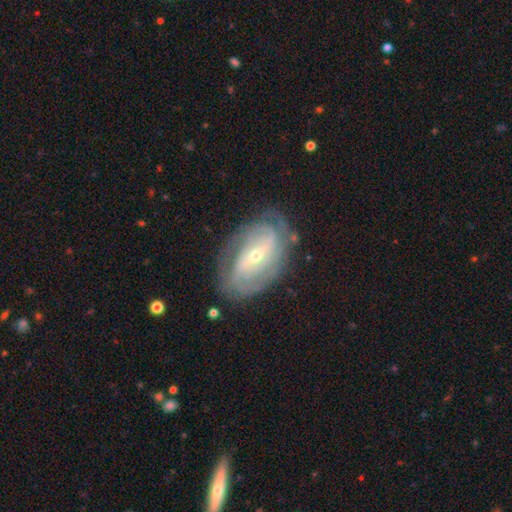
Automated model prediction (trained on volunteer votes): smooth_or_featured: featured or disk (p=0.84) [alt: smooth p=0.10]
disk_edge_on: no (p=0.95) [alt: yes p=0.05]
bar: weak (p=0.40) [alt: strong p=0.35]
has_spiral_arms: yes (p=0.91) [alt: no p=0.09]
spiral_winding: tight (p=0.57) [alt: medium p=0.32]
spiral_arm_count: 2 (p=0.40) [alt: can't tell p=0.30]
bulge_size: small (p=0.59) [alt: moderate p=0.38]
merging: none (p=0.75) [alt: minor disturbance p=0.17]